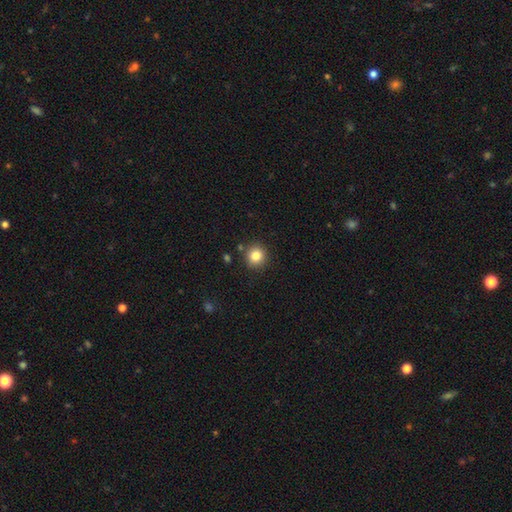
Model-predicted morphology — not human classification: Q: Smooth or featured?
A: smooth (83%); runner-up: star or artifact (11%)
Q: How rounded?
A: round (92%); runner-up: in between (7%)
Q: Merging?
A: none (88%); runner-up: minor disturbance (7%)